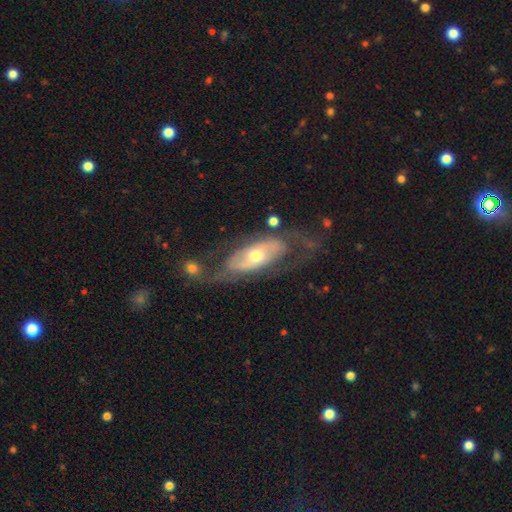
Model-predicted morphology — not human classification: A featured or disk galaxy (73%) with no bar (67%), spiral arms (62%) and a moderate central bulge (60%).

Vote fractions:
- Smooth or featured? featured or disk: 73% / smooth: 21% / star or artifact: 6%
- Edge-on disk? no: 86% / yes: 14%
- Bar? no: 67% / weak: 22% / strong: 11%
- Spiral arms? yes: 62% / no: 38%
- Bulge size? moderate: 60% / small: 32% / large: 5% / dominant: 1% / none: 1%
- Merging? none: 54% / major disturbance: 21% / minor disturbance: 19% / merger: 6%